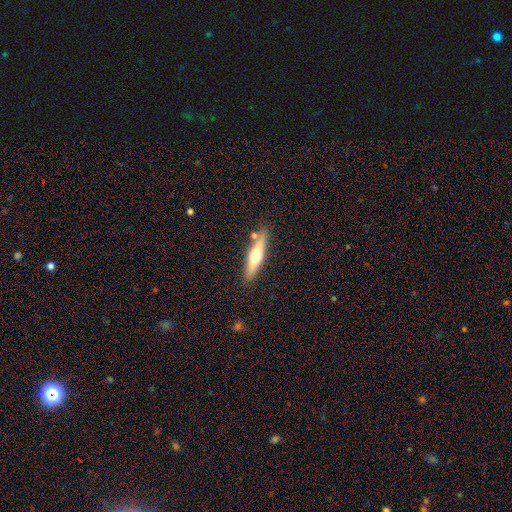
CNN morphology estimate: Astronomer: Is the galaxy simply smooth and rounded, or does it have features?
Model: featured or disk — 50% (runner-up: smooth, 44%).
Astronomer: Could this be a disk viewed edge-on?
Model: yes — 92%.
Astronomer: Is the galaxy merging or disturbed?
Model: none — 82%.